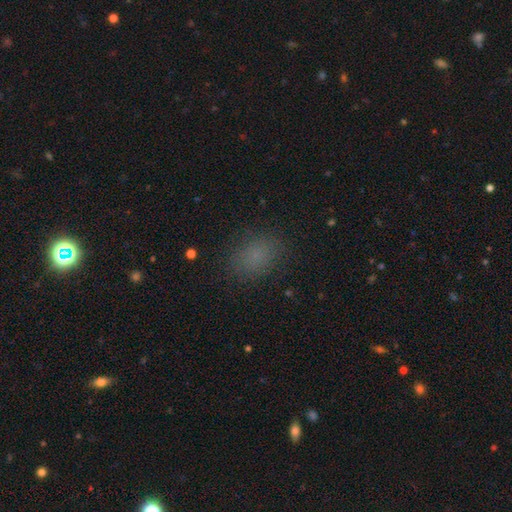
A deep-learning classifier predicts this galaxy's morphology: Overall: smooth (77%). How rounded: in between (67%; round 32%). Merging: none (83%).